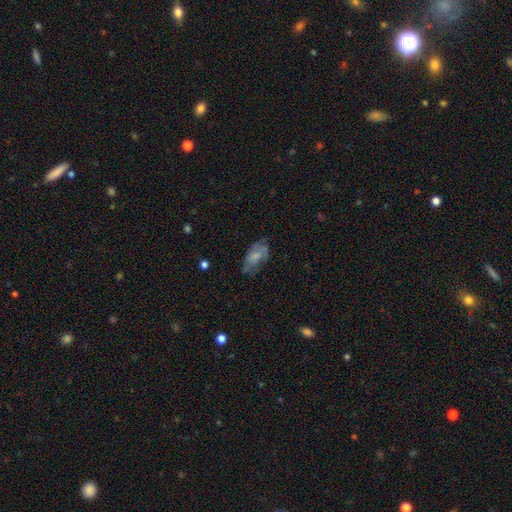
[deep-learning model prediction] Morphology: type=smooth (58%); roundness=in between (90%); merging=none (51%).